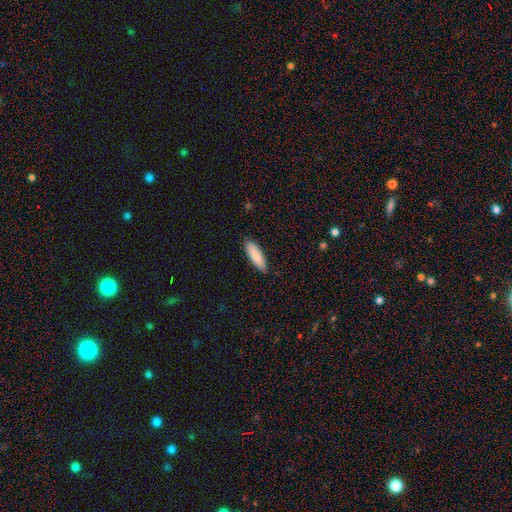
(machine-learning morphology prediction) smooth 87%, featured or disk 8%, star or artifact 5%. Down the decision tree: how rounded — cigar-shaped (51%); merging — none (88%).